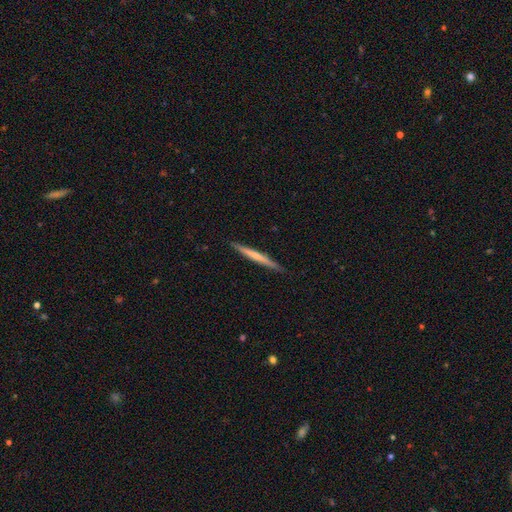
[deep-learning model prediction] smooth_or_featured: featured or disk (p=0.49) [alt: smooth p=0.45]
merging: none (p=0.90) [alt: minor disturbance p=0.08]